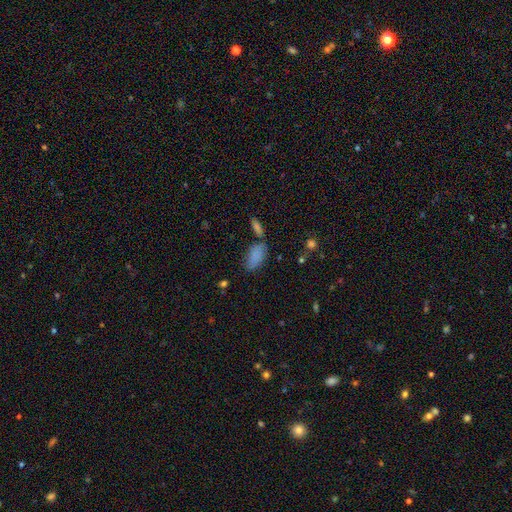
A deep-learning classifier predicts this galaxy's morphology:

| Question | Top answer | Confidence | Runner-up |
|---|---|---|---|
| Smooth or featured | smooth | 84% | star or artifact (9%) |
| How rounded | in between | 90% | cigar-shaped (7%) |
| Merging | none | 60% | minor disturbance (21%) |